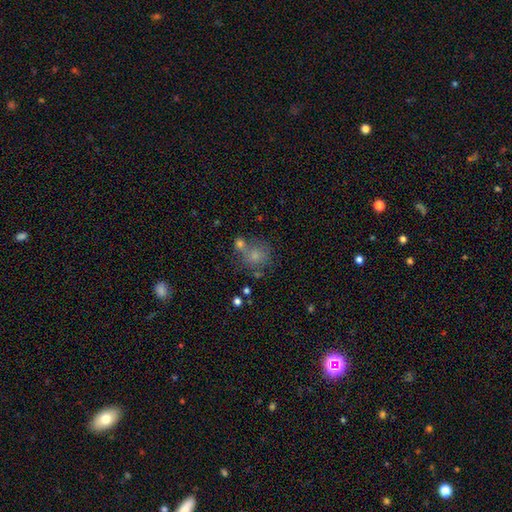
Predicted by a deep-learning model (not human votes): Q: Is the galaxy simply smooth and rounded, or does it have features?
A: smooth — 74%.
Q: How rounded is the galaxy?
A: round — 79%.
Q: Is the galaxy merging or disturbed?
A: none — 43%.